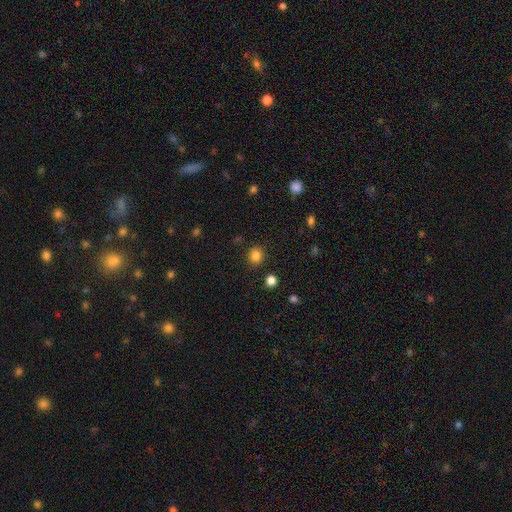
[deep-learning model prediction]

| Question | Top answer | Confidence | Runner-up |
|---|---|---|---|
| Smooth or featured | smooth | 83% | star or artifact (12%) |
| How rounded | round | 80% | in between (19%) |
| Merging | none | 87% | minor disturbance (8%) |